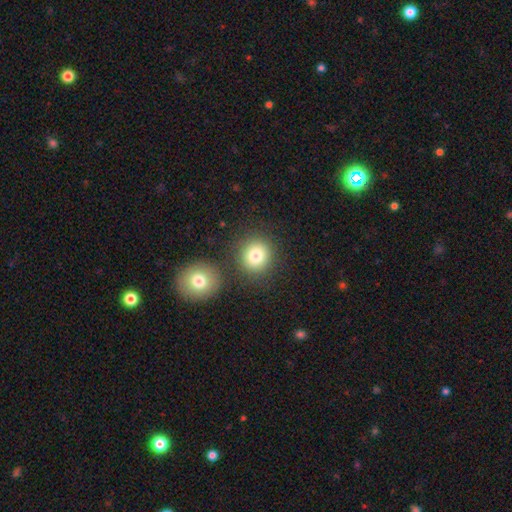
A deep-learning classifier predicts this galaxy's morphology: Smooth or featured?
  - smooth: 80% *
  - star or artifact: 11%
  - featured or disk: 8%
How rounded?
  - round: 90% *
  - in between: 9%
  - cigar-shaped: 1%
Merging?
  - none: 79% *
  - merger: 10%
  - minor disturbance: 8%
  - major disturbance: 3%